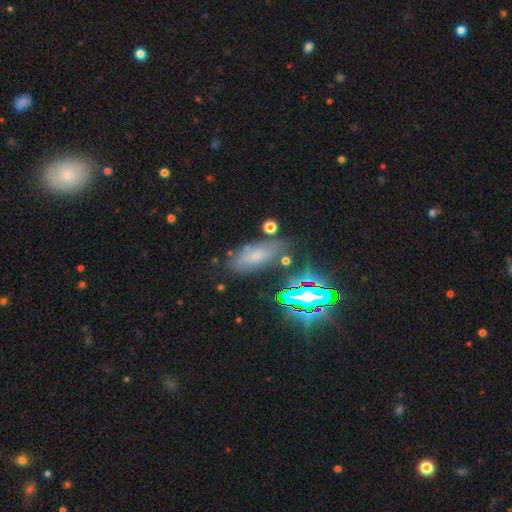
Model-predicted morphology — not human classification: type=smooth (53%); roundness=in between (79%); merging=none (70%).